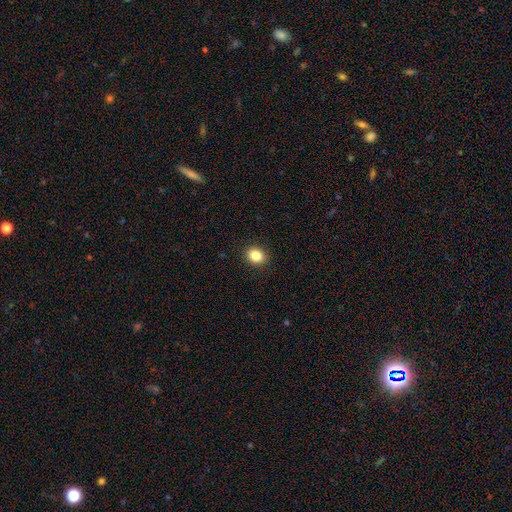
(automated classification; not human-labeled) Smooth or featured: smooth — 86% (star or artifact — 10%)
How rounded: round — 54% (in between — 45%)
Merging: none — 91% (minor disturbance — 6%)